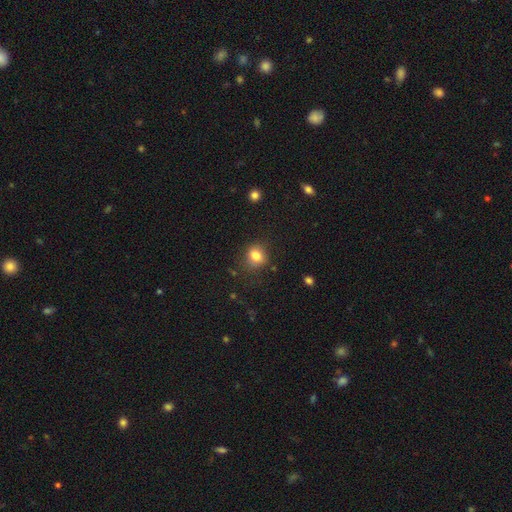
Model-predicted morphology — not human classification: A smooth galaxy with no disk features (81%) that is round (69%).

Vote fractions:
- Smooth or featured? smooth: 81% / star or artifact: 12% / featured or disk: 7%
- How rounded? round: 69% / in between: 30% / cigar-shaped: 1%
- Merging? none: 79% / minor disturbance: 14% / major disturbance: 5% / merger: 2%